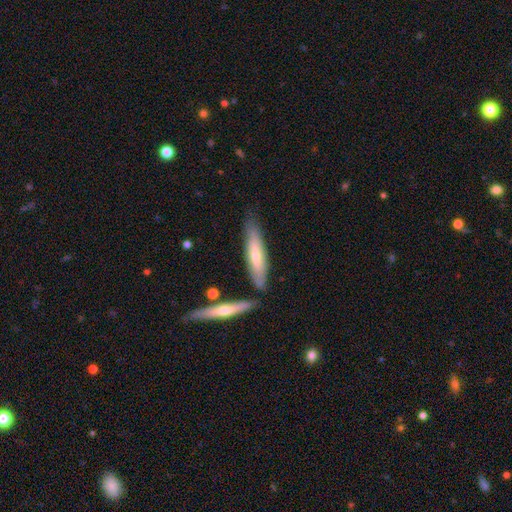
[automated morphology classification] Smooth or featured? smooth (54%)
How rounded? cigar-shaped (82%)
Merging? none (70%)